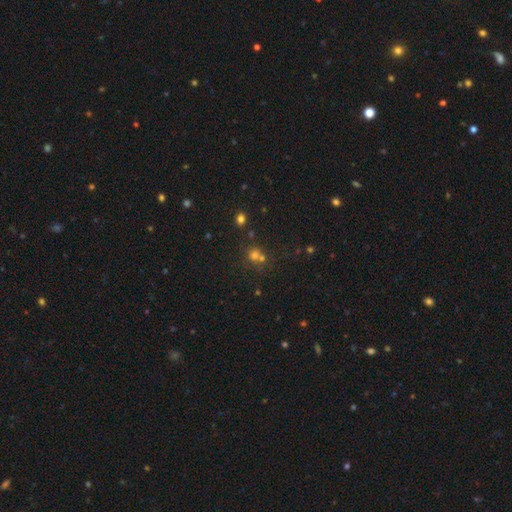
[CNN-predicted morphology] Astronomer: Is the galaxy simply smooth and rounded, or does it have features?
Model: smooth — 63%.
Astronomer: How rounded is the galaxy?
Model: round — 84%.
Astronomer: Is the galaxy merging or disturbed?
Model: none — 48% (runner-up: merger, 40%).